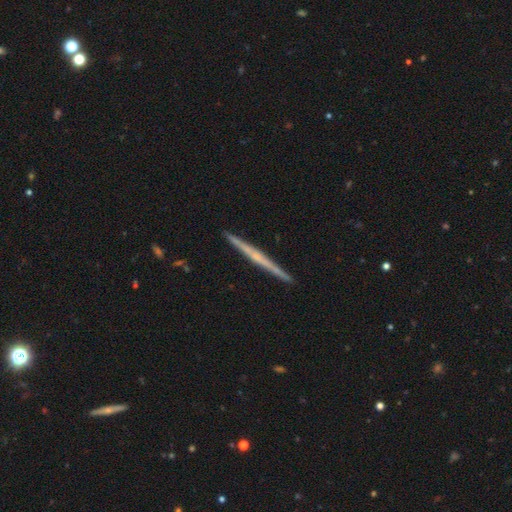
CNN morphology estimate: This is likely a featured or disk galaxy (69%). It is clearly viewed edge-on (98%). Edge-on bulge: possibly none (55%). Merging: clearly none (92%).